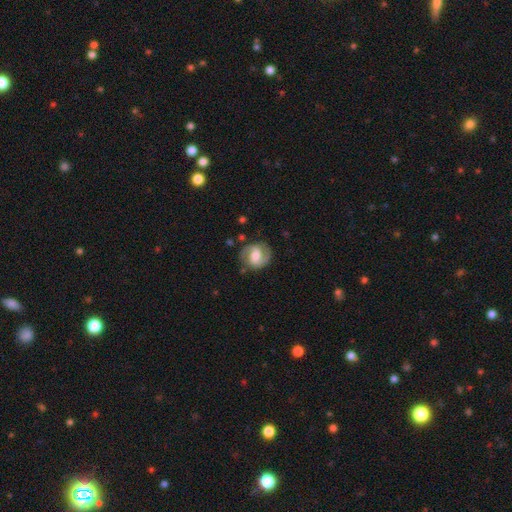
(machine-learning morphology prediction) Smooth or featured? Predicted: featured or disk (p=0.76). Edge-on disk? Predicted: no (p=0.98). Bar? Predicted: weak (p=0.48). Spiral arms? Predicted: yes (p=0.94). Spiral winding? Predicted: medium (p=0.52). Spiral arm count? Predicted: 2 (p=0.90). Bulge size? Predicted: moderate (p=0.55). Merging? Predicted: none (p=0.79).